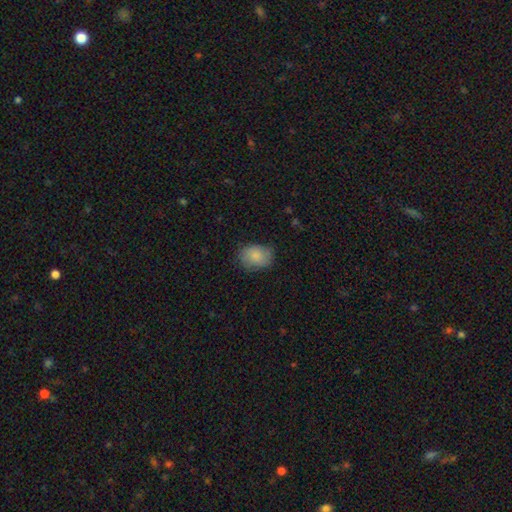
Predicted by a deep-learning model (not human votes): Smooth or featured: smooth — 81% (featured or disk — 12%)
How rounded: in between — 63% (round — 36%)
Merging: none — 72% (minor disturbance — 22%)